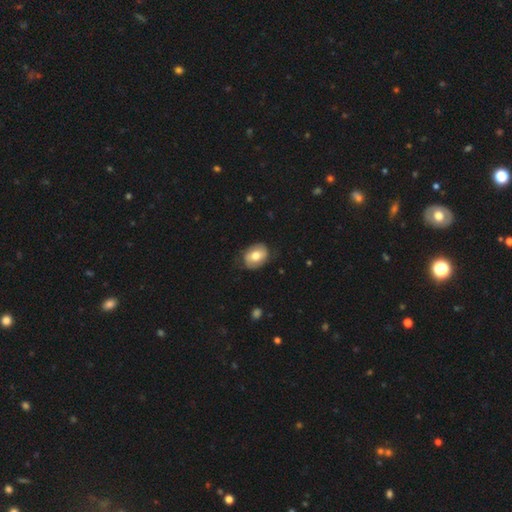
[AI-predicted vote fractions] A smooth galaxy with no disk features (62%) that is in between round and cigar-shaped (65%). Merging: none (78%).